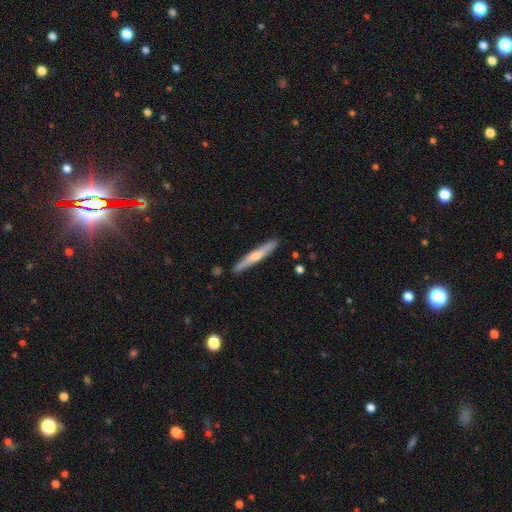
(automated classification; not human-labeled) A featured or disk galaxy (48%). Merging: none (89%).